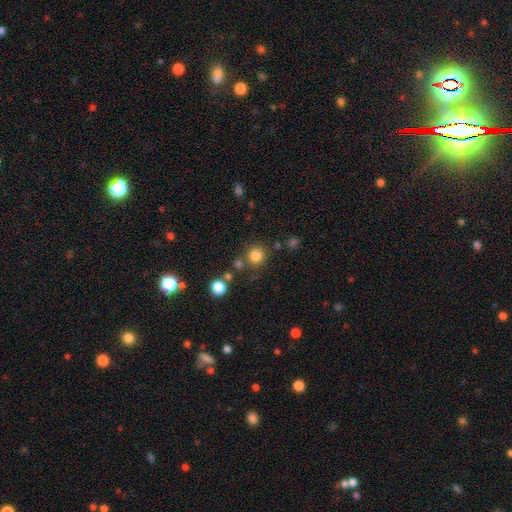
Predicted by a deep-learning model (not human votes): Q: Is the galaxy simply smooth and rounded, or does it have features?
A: smooth — 81%.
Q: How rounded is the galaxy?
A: round — 92%.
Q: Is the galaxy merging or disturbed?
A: none — 77%.